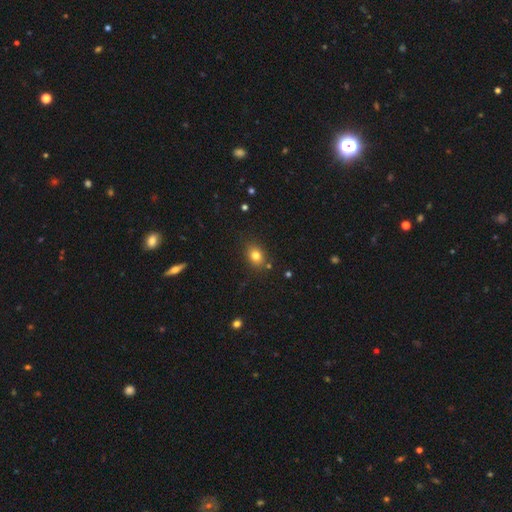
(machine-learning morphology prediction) Smooth or featured? Predicted: smooth (p=0.80). How rounded? Predicted: in between (p=0.53). Merging? Predicted: none (p=0.83).